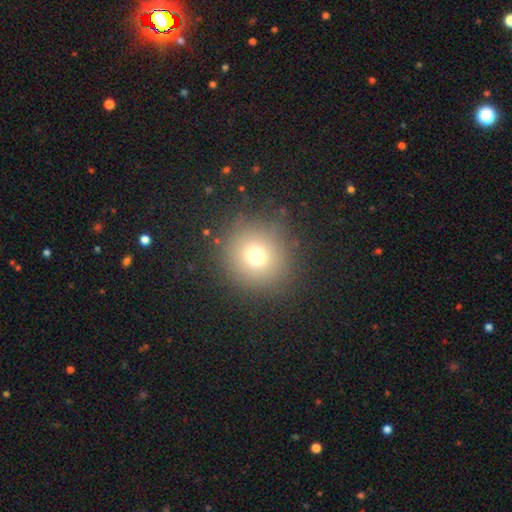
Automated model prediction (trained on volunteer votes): Smooth or featured? smooth (71%)
How rounded? round (93%)
Merging? none (87%)